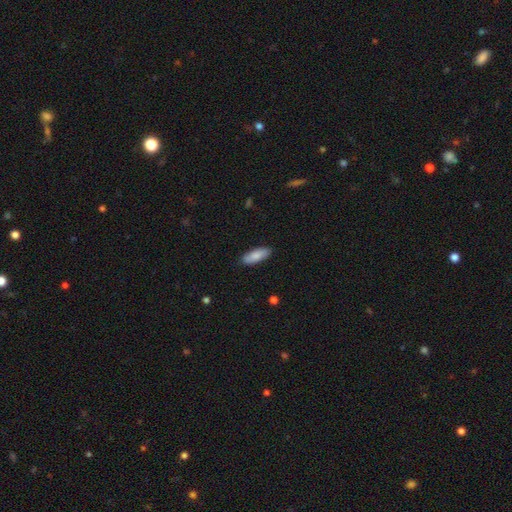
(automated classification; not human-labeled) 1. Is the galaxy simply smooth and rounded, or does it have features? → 84% smooth, 10% featured or disk, 6% star or artifact.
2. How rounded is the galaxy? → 74% in between, 24% cigar-shaped, 2% round.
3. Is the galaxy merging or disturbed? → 86% none, 10% minor disturbance, 2% major disturbance, 1% merger.